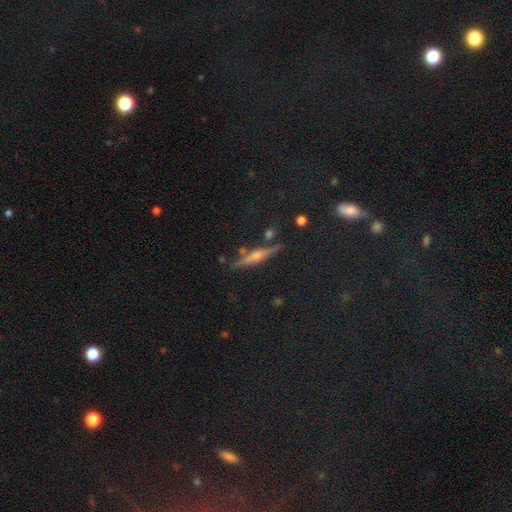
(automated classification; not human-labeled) Smooth or featured? Predicted: featured or disk (p=0.56). Edge-on disk? Predicted: yes (p=0.93). Edge-on bulge? Predicted: rounded (p=0.71). Merging? Predicted: none (p=0.82).